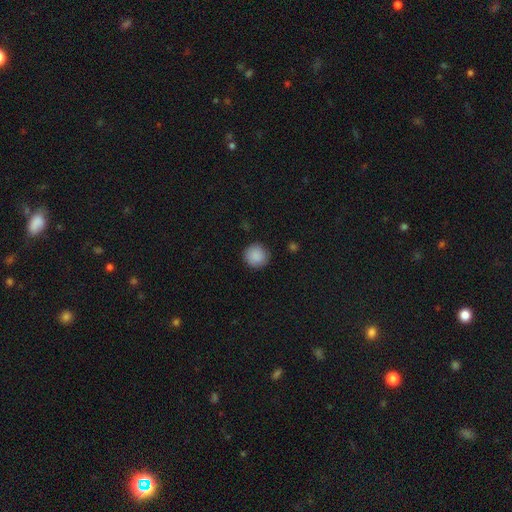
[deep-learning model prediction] smooth-or-featured: smooth: 88% | star or artifact: 8% | featured or disk: 4%
  how-rounded: round: 95% | in between: 4% | cigar-shaped: 1%
  merging: none: 89% | minor disturbance: 8% | major disturbance: 2% | merger: 1%